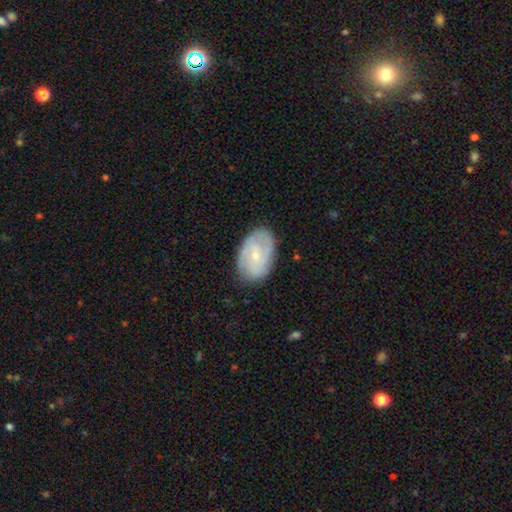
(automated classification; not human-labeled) A featured or disk galaxy (65%) with no bar (65%), 2 (37%) tight (45%) spiral arms (87%) and a small central bulge (74%).

Vote fractions:
- Smooth or featured? featured or disk: 65% / smooth: 29% / star or artifact: 6%
- Edge-on disk? no: 96% / yes: 4%
- Bar? no: 65% / weak: 30% / strong: 5%
- Spiral arms? yes: 87% / no: 13%
- Spiral winding? tight: 45% / medium: 41% / loose: 15%
- Spiral arm count? 2: 37% / can't tell: 30% / 3: 20% / 4: 6% / 1: 4% / more than 4: 4%
- Bulge size? small: 74% / moderate: 21% / none: 3% / large: 1% / dominant: 1%
- Merging? none: 80% / minor disturbance: 15% / major disturbance: 4% / merger: 1%